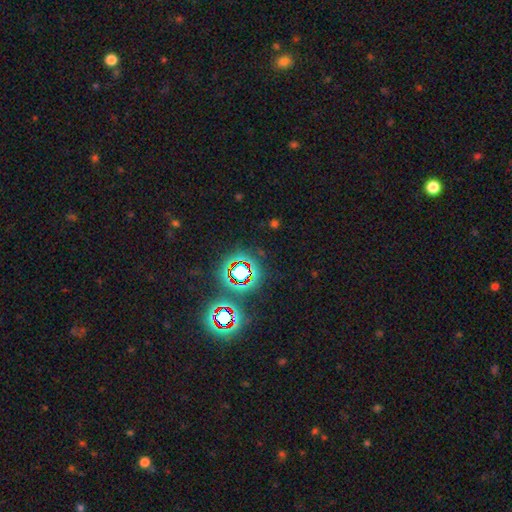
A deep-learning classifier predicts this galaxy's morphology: A star or artifact, not a galaxy (72%).